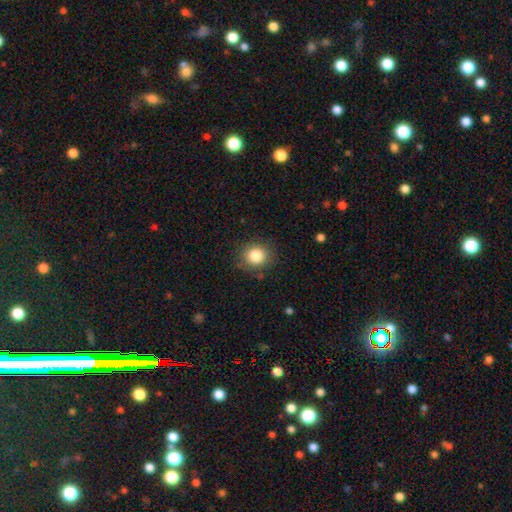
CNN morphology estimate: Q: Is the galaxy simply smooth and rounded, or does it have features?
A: smooth — 84%.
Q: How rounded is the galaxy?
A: round — 84%.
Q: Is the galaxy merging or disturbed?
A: none — 85%.